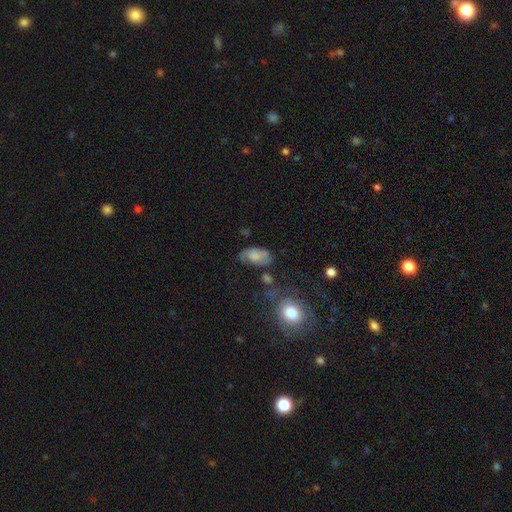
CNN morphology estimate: This is likely a smooth galaxy (65%). How rounded: clearly in between (91%). Merging: possibly none (49%).